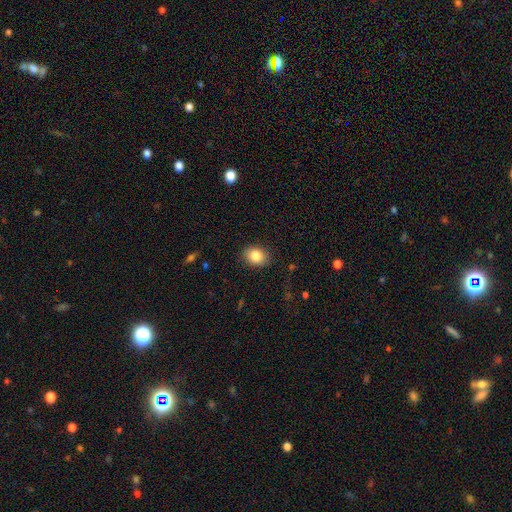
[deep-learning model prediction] Smooth or featured: smooth — 84% (star or artifact — 9%)
How rounded: in between — 61% (round — 38%)
Merging: none — 87% (minor disturbance — 10%)